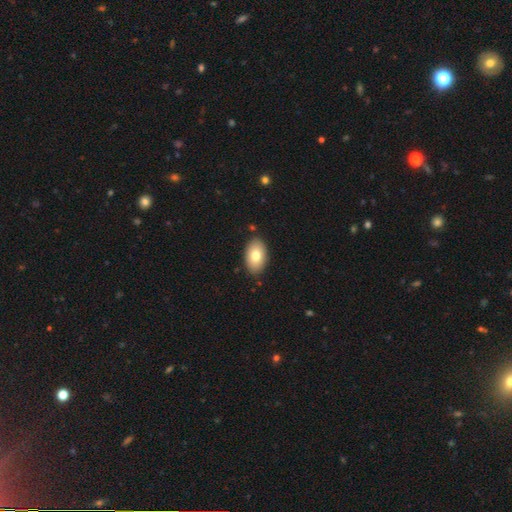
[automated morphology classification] smooth_or_featured: smooth (p=0.78) [alt: featured or disk p=0.16]
how_rounded: in between (p=0.93) [alt: round p=0.06]
merging: none (p=0.87) [alt: minor disturbance p=0.09]